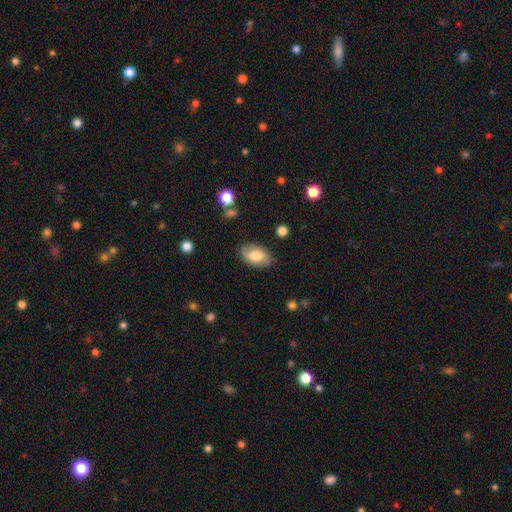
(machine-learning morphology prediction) Q: Smooth or featured?
A: smooth (60%); runner-up: featured or disk (33%)
Q: How rounded?
A: in between (91%); runner-up: round (7%)
Q: Merging?
A: none (80%); runner-up: minor disturbance (14%)